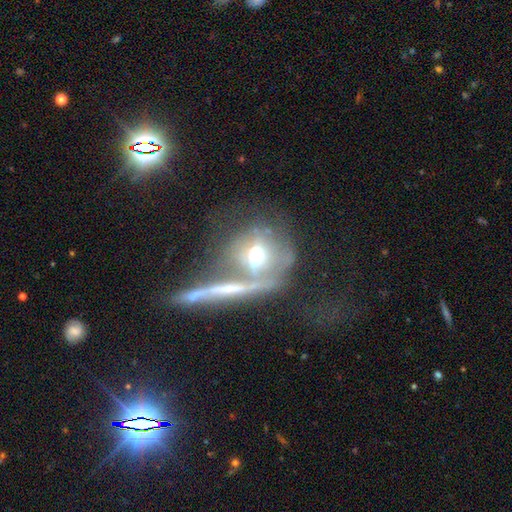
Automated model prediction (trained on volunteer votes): featured or disk 48%, smooth 38%, star or artifact 14%. Down the decision tree: merging — merger (41%).